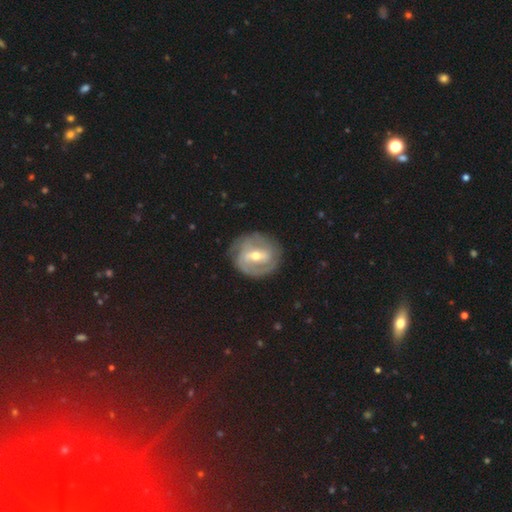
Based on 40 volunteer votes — smooth-or-featured: featured or disk: 92% | smooth: 5% | star or artifact: 2%
  disk-edge-on: no: 100% | yes: 0%
    bar: weak: 49% | strong: 38% | no: 14%
    has-spiral-arms: yes: 92% | no: 8%
      spiral-winding: tight: 62% | medium: 29% | loose: 9%
      spiral-arm-count: 2: 59% | can't tell: 24% | 1: 9% | 3: 6% | 4: 3% | more than 4: 0%
    bulge-size: moderate: 57% | small: 41% | none: 3% | dominant: 0% | large: 0%
  merging: none: 85% | minor disturbance: 10% | major disturbance: 5% | merger: 0%